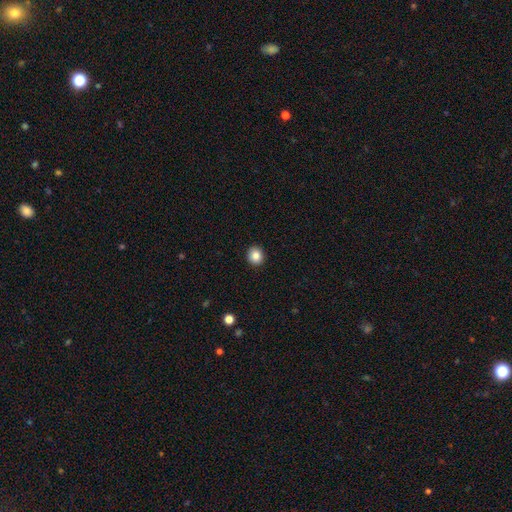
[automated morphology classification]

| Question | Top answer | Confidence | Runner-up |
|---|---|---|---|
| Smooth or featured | smooth | 85% | star or artifact (10%) |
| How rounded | round | 85% | in between (14%) |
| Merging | none | 92% | minor disturbance (5%) |